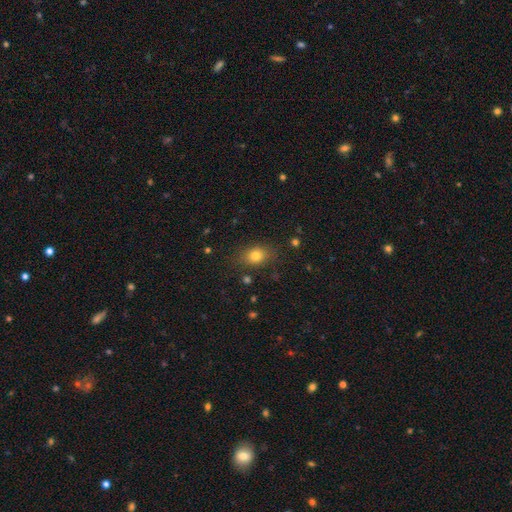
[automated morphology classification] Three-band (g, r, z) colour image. It shows a smooth galaxy with no disk features (80%) that is in between round and cigar-shaped (62%). Merging: none (82%).